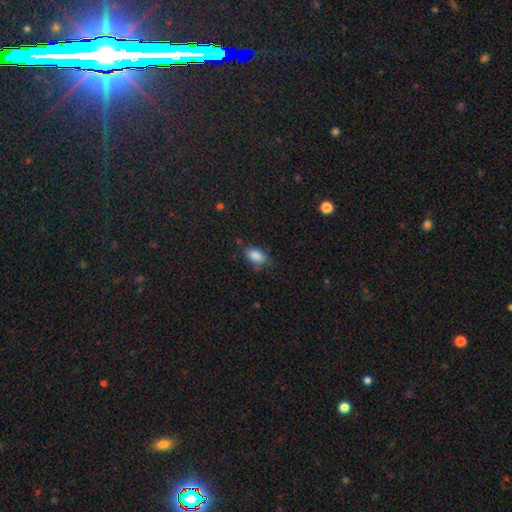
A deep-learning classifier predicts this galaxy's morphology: type=smooth (85%); roundness=in between (90%); merging=none (63%).